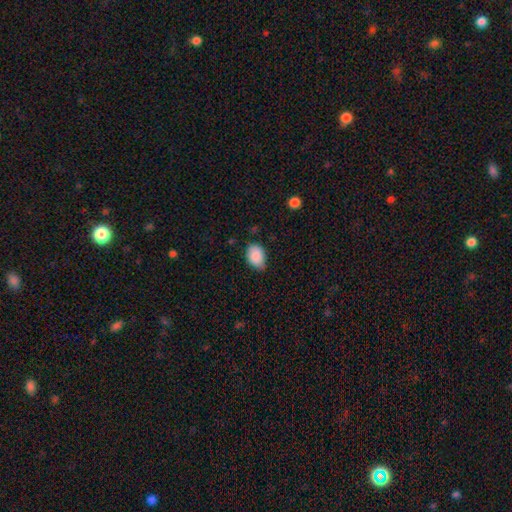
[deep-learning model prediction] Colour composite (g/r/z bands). It shows a smooth galaxy with no disk features (88%) that is in between round and cigar-shaped (79%). Merging: none (66%).